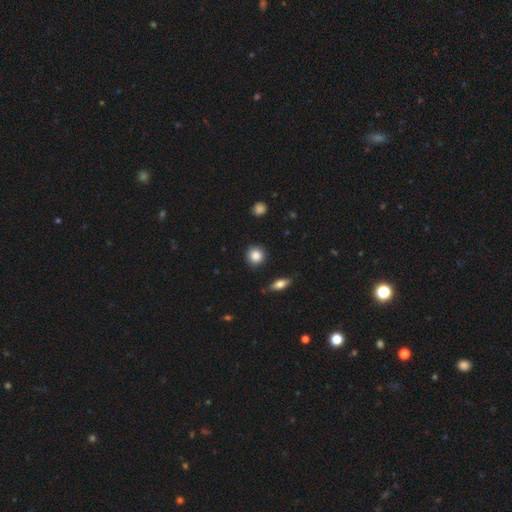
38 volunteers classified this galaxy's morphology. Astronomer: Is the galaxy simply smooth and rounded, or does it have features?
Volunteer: smooth — 87%.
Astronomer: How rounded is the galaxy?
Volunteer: round — 88%.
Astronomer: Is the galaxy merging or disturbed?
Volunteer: none — 86%.